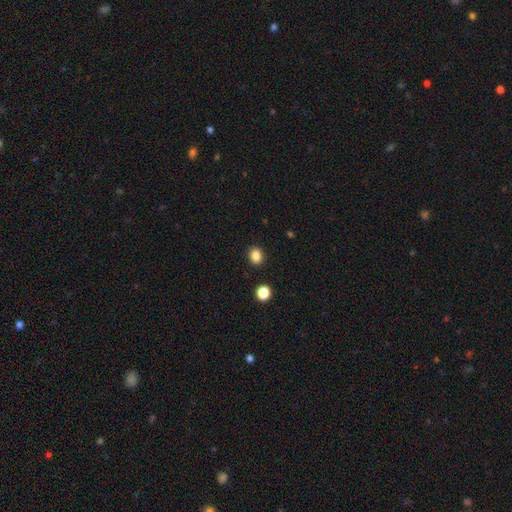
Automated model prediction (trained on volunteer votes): A smooth galaxy with no disk features (85%) that is round (58%).

Vote fractions:
- Smooth or featured? smooth: 85% / star or artifact: 11% / featured or disk: 4%
- How rounded? round: 58% / in between: 41% / cigar-shaped: 1%
- Merging? none: 90% / minor disturbance: 6% / major disturbance: 2% / merger: 2%